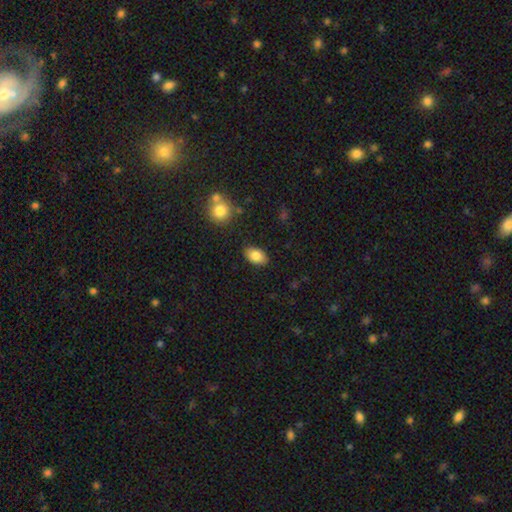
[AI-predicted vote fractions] Smooth or featured? Predicted: smooth (p=0.82). How rounded? Predicted: in between (p=0.90). Merging? Predicted: none (p=0.86).